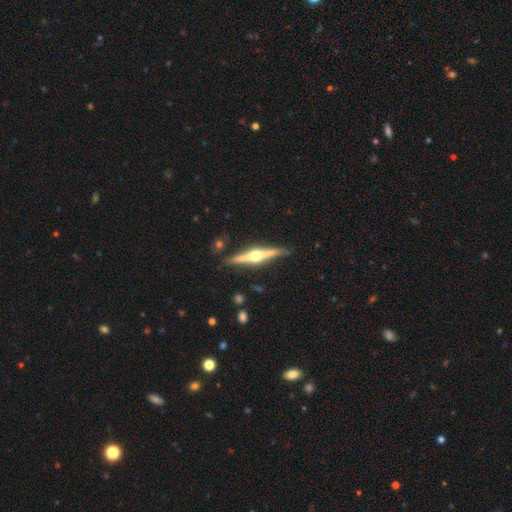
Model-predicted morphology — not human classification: Smooth or featured? featured or disk (83%)
Edge-on disk? yes (98%)
Edge-on bulge? rounded (96%)
Merging? none (88%)